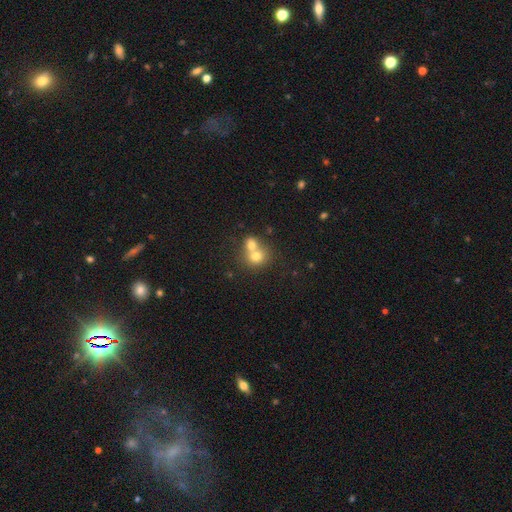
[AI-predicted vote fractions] Smooth or featured: smooth — 70% (featured or disk — 18%)
How rounded: round — 74% (in between — 26%)
Merging: merger — 65% (none — 27%)